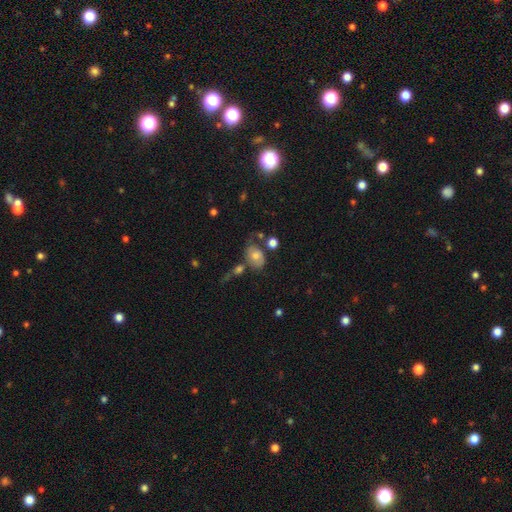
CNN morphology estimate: Overall: smooth (58%; featured or disk 32%). How rounded: in between (73%). Merging: none (43%; minor disturbance 23%).